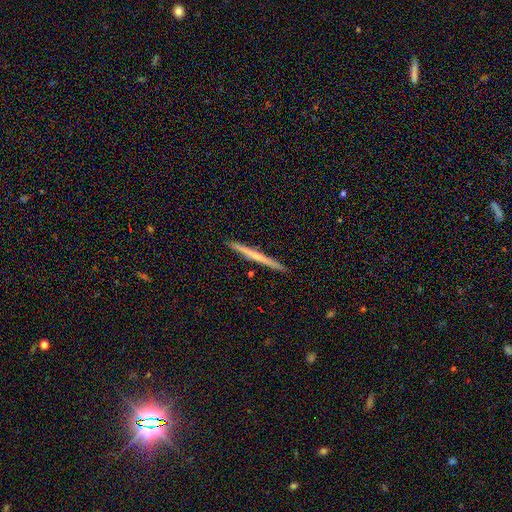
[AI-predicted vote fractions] Smooth or featured? featured or disk (50%)
Merging? none (92%)